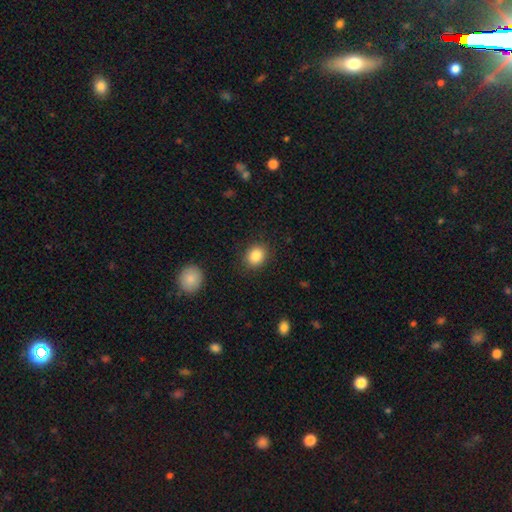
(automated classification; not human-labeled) This is clearly a smooth galaxy (86%). How rounded: likely round (62%). Merging: clearly none (87%).